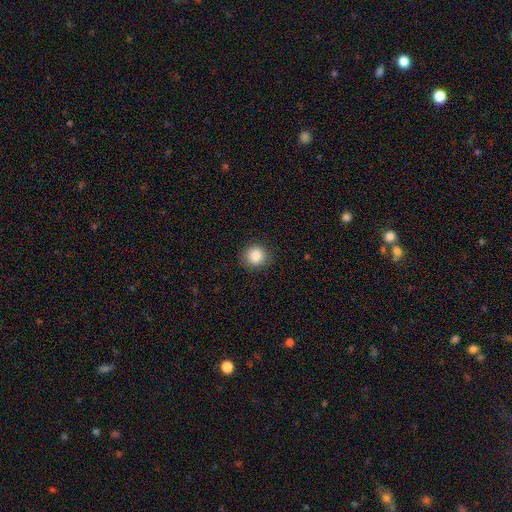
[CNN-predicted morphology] Smooth or featured?
  - smooth: 87% *
  - star or artifact: 9%
  - featured or disk: 4%
How rounded?
  - round: 86% *
  - in between: 13%
  - cigar-shaped: 1%
Merging?
  - none: 86% *
  - minor disturbance: 10%
  - major disturbance: 3%
  - merger: 1%